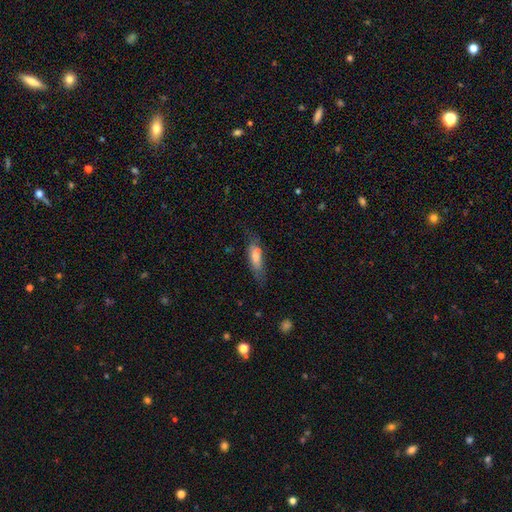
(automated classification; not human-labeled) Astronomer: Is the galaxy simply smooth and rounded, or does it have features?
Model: smooth — 68%.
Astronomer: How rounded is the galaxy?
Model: cigar-shaped — 50% (runner-up: in between, 48%).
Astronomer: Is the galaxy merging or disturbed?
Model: none — 58%.